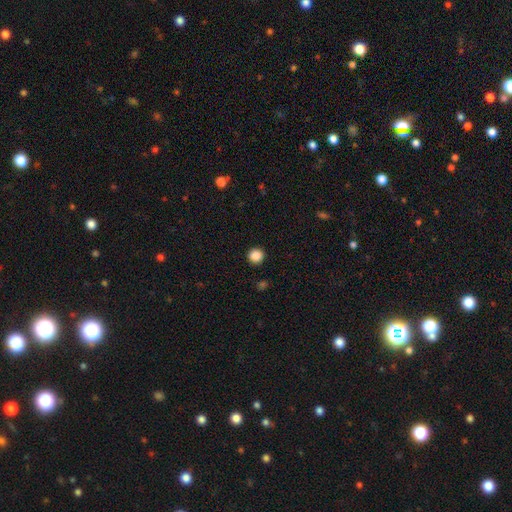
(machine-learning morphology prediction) Smooth or featured? Predicted: smooth (p=0.87). How rounded? Predicted: round (p=0.94). Merging? Predicted: none (p=0.93).